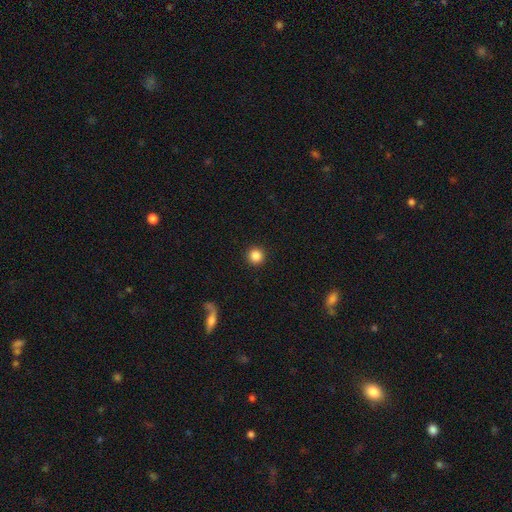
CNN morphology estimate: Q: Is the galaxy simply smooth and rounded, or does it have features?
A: smooth — 86%.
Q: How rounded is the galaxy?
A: round — 96%.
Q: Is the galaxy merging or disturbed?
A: none — 94%.